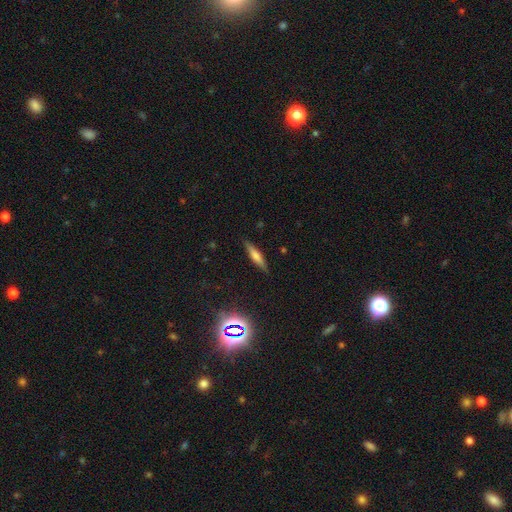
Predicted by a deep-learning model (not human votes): smooth_or_featured: smooth (p=0.53) [alt: featured or disk p=0.36]
how_rounded: cigar-shaped (p=0.82) [alt: in between p=0.16]
merging: none (p=0.87) [alt: minor disturbance p=0.09]